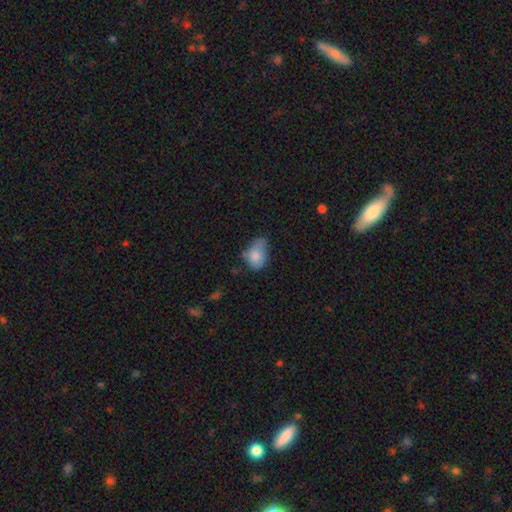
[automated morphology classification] Smooth or featured? smooth (77%)
How rounded? in between (80%)
Merging? minor disturbance (41%)